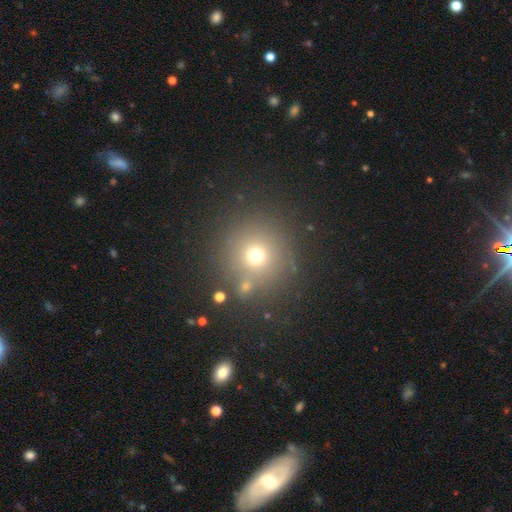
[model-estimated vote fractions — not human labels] smooth 67%, star or artifact 22%, featured or disk 11%. Down the decision tree: how rounded — round (93%); merging — none (81%).